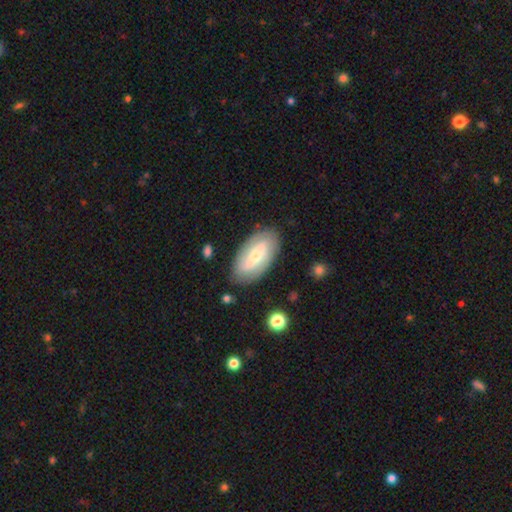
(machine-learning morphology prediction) A featured or disk galaxy (52%). Merging: none (83%).